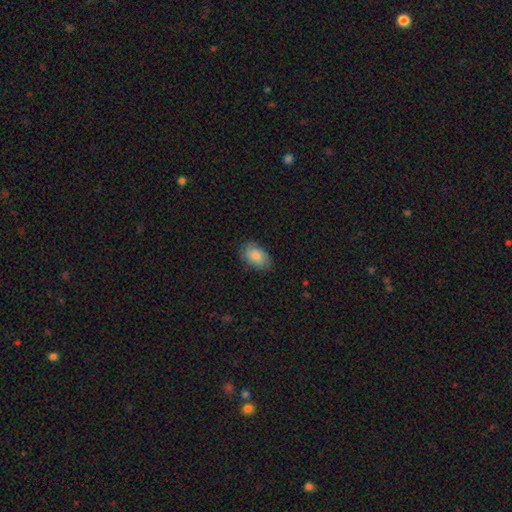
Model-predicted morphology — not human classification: smooth-or-featured: smooth: 82% | featured or disk: 11% | star or artifact: 7%
  how-rounded: in between: 91% | round: 8% | cigar-shaped: 1%
  merging: none: 79% | minor disturbance: 16% | major disturbance: 3% | merger: 1%